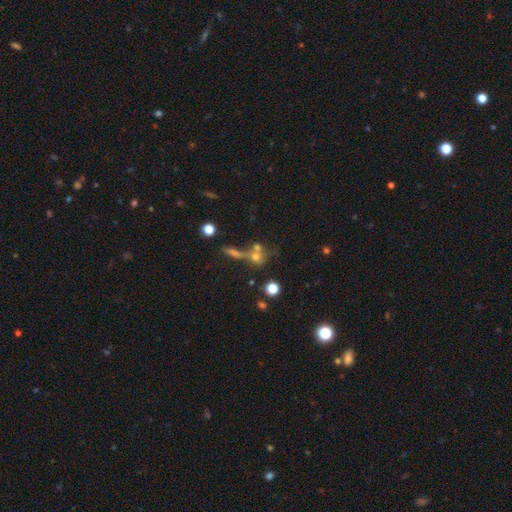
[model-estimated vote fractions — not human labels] A smooth galaxy with no disk features (44%).

Vote fractions:
- Smooth or featured? smooth: 44% / star or artifact: 32% / featured or disk: 24%
- Merging? none: 43% / merger: 40% / minor disturbance: 9% / major disturbance: 8%